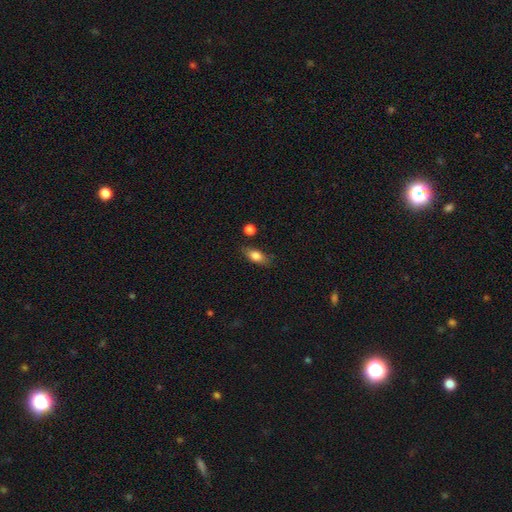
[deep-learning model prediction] This is likely a smooth galaxy (78%). How rounded: likely in between (79%). Merging: likely none (78%).